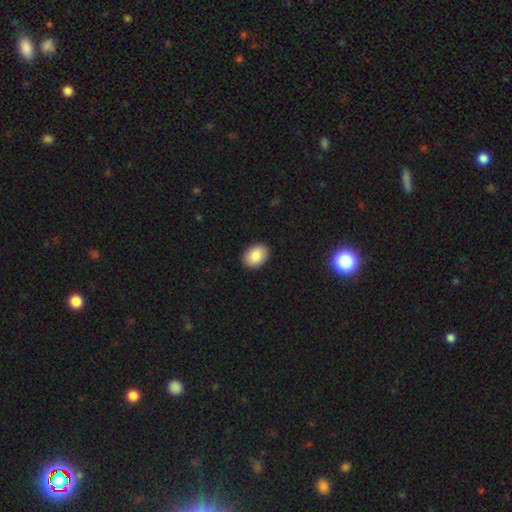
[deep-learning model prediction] Smooth or featured? Predicted: smooth (p=0.88). How rounded? Predicted: in between (p=0.81). Merging? Predicted: none (p=0.90).